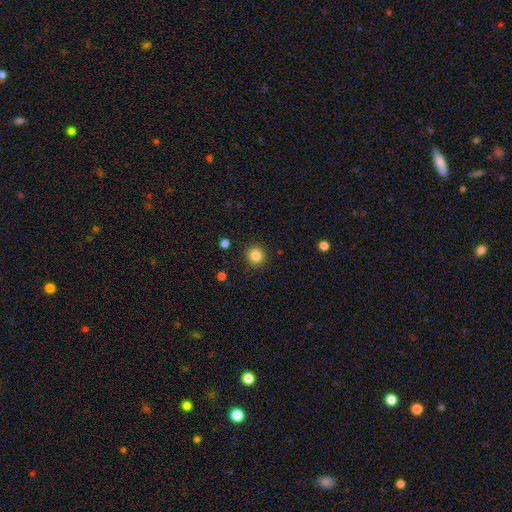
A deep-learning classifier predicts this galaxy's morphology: The model was most divided on "smooth or featured": smooth: 85%, star or artifact: 11%, featured or disk: 5%. More confident: how rounded — round (93%); merging — none (91%).